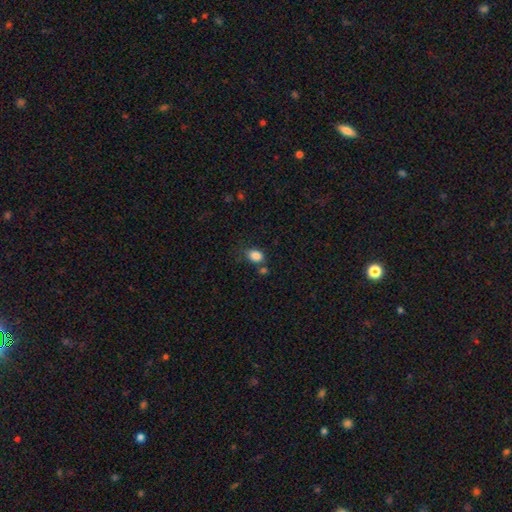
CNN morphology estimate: smooth 86%, star or artifact 10%, featured or disk 5%. Down the decision tree: how rounded — in between (71%); merging — none (65%).